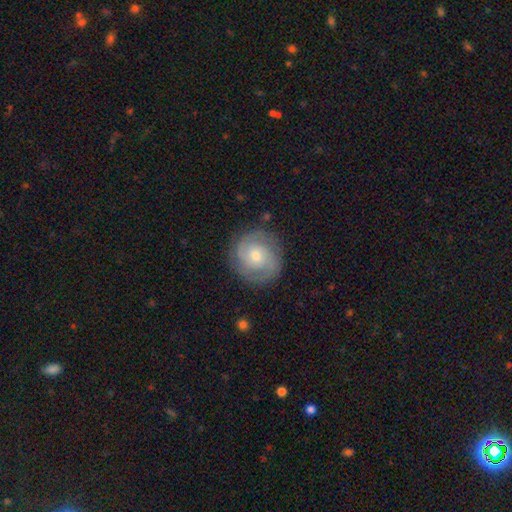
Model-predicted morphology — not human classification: The model was most divided on "bulge size": moderate: 53%, small: 40%, large: 4%, none: 2%, dominant: 1%. More confident: edge-on disk — no (98%); spiral arms — yes (95%); merging — none (84%); smooth or featured — featured or disk (78%); spiral winding — tight (65%); bar — no (65%); spiral arm count — 2 (63%).